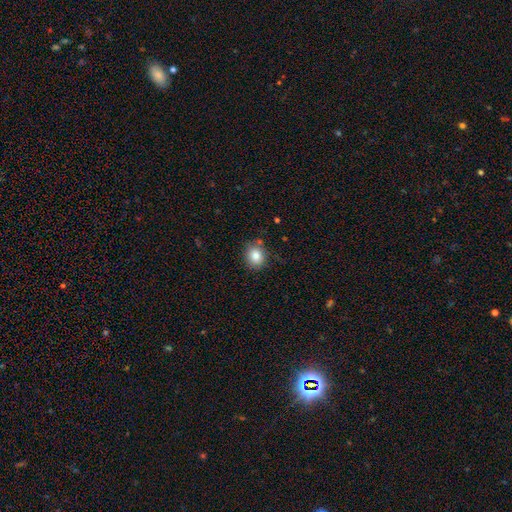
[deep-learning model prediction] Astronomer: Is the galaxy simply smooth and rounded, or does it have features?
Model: smooth — 82%.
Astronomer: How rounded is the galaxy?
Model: round — 76%.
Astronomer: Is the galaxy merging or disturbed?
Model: none — 81%.